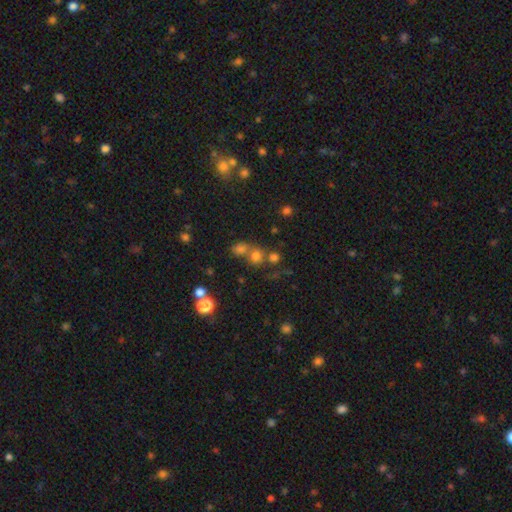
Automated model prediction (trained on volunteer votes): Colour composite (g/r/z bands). It shows a smooth galaxy with no disk features (63%) that is round (85%). Merging: none (50%).